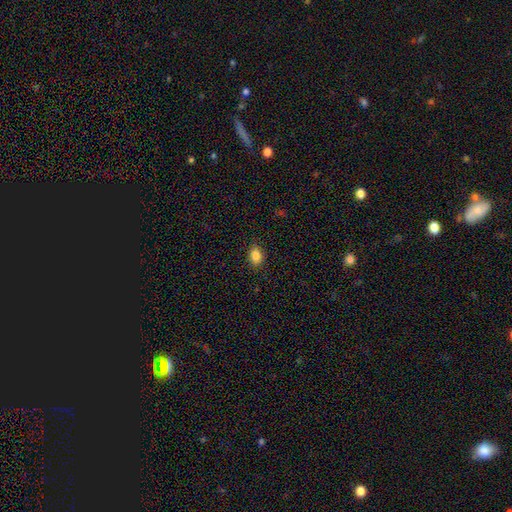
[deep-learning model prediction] Smooth or featured? smooth (87%)
How rounded? in between (77%)
Merging? none (87%)